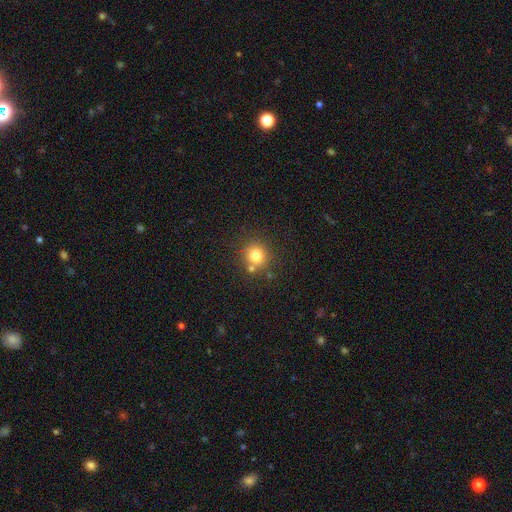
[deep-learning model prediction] Smooth or featured? Predicted: smooth (p=0.78). How rounded? Predicted: round (p=0.88). Merging? Predicted: none (p=0.73).